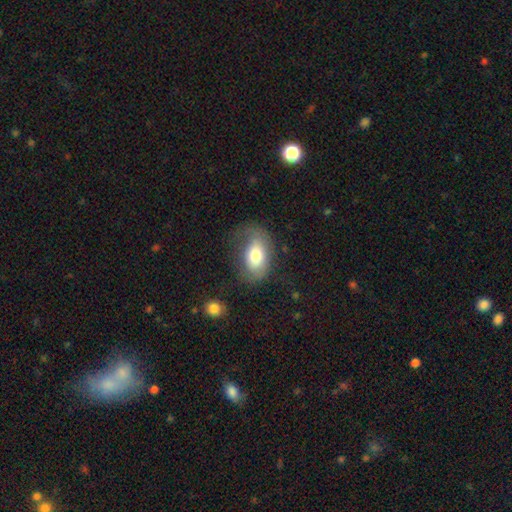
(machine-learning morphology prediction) Smooth or featured? smooth (67%)
How rounded? in between (85%)
Merging? none (47%)